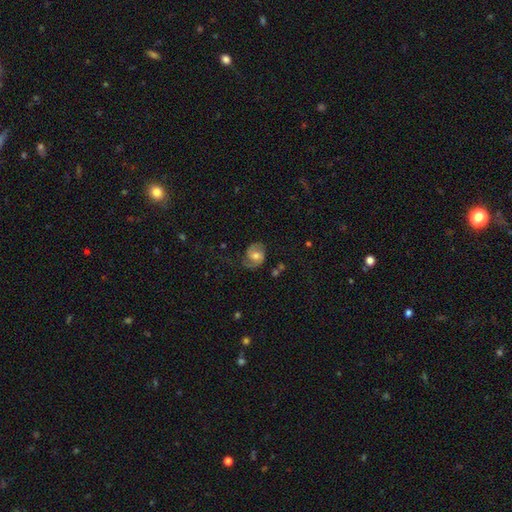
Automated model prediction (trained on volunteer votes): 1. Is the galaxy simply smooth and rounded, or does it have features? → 70% featured or disk, 23% smooth, 7% star or artifact.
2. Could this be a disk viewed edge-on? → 97% no, 3% yes.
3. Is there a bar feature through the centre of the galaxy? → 49% no, 40% weak, 10% strong.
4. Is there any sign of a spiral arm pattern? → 92% yes, 8% no.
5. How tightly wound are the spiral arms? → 48% medium, 31% tight, 21% loose.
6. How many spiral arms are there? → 79% 2, 11% 1, 7% can't tell, 1% 3, 1% 4, 1% more than 4.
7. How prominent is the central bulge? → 67% moderate, 18% small, 11% large, 3% none, 1% dominant.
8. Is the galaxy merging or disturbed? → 64% none, 21% minor disturbance, 14% major disturbance, 2% merger.